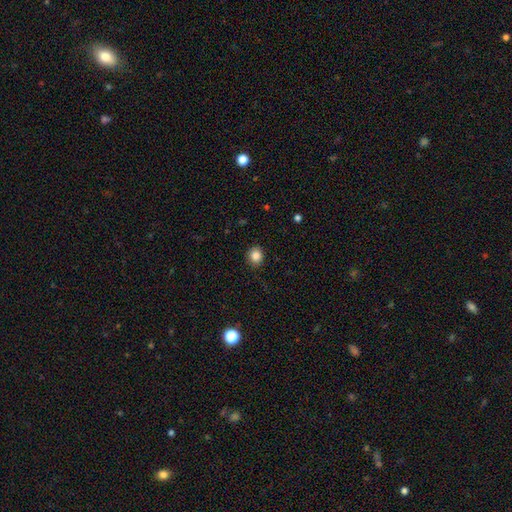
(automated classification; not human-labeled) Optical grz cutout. It shows a smooth galaxy with no disk features (85%) that is round (80%). Merging: none (89%).